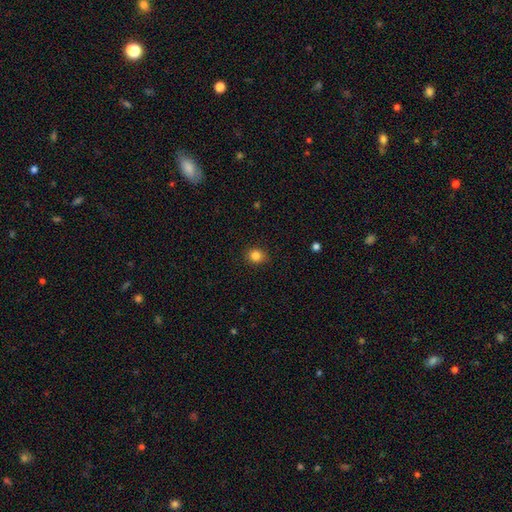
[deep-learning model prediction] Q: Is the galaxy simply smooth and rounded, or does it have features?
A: smooth — 84%.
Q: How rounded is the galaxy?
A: round — 78%.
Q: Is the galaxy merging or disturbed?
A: none — 87%.